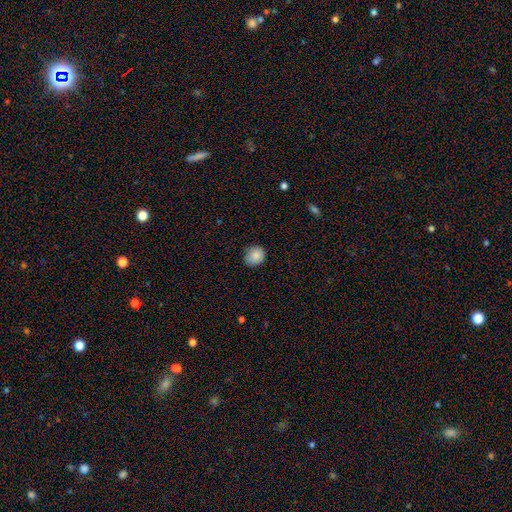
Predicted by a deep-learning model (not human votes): Smooth or featured? Predicted: smooth (p=0.85). How rounded? Predicted: round (p=0.72). Merging? Predicted: none (p=0.83).